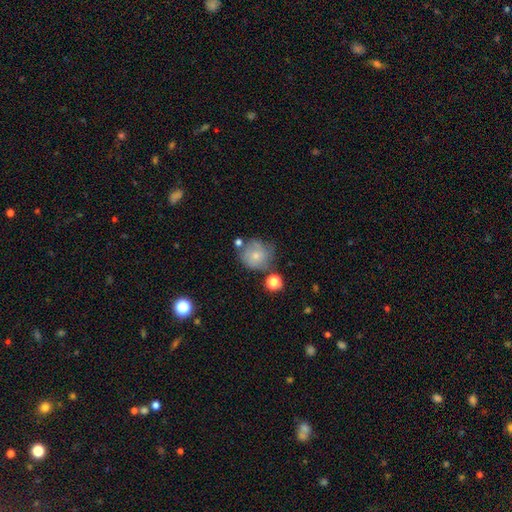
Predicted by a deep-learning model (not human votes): This is likely a smooth galaxy (63%). How rounded: clearly round (87%). Merging: possibly none (53%).